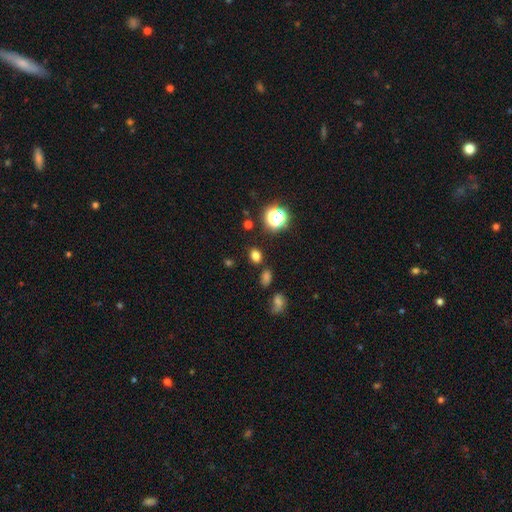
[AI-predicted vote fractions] Morphology: type=smooth (72%); roundness=in between (57%); merging=none (83%).